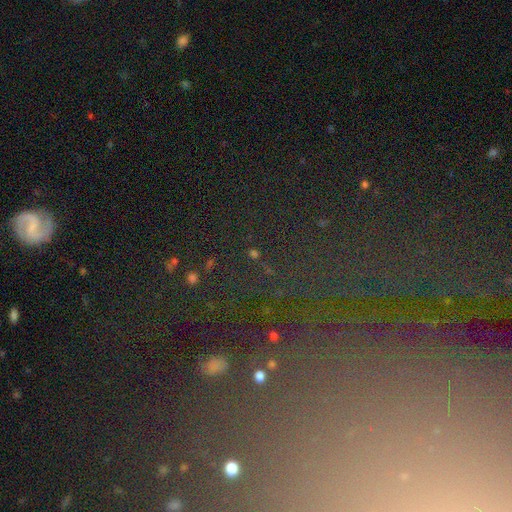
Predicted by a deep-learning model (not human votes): star or artifact 71%, smooth 17%, featured or disk 12%.